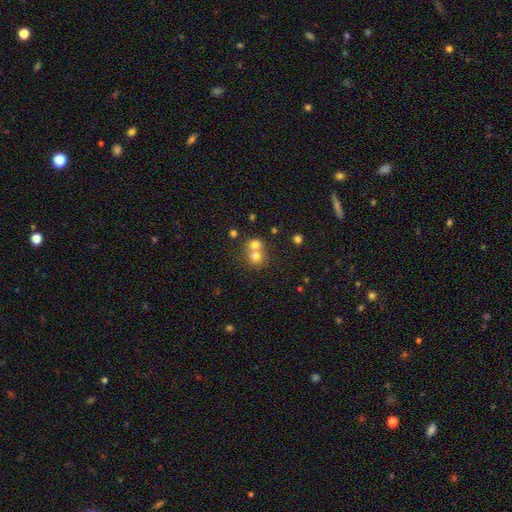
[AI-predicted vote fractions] Smooth or featured: smooth — 71% (featured or disk — 16%)
How rounded: round — 80% (in between — 19%)
Merging: merger — 61% (none — 32%)